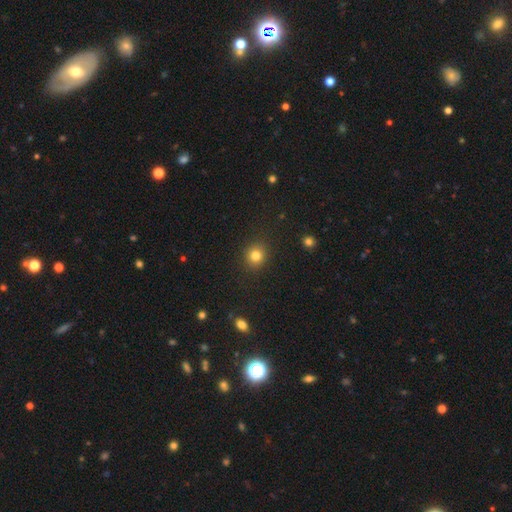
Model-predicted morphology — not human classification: The model was most divided on "how rounded": round: 84%, in between: 15%, cigar-shaped: 1%. More confident: merging — none (89%); smooth or featured — smooth (82%).